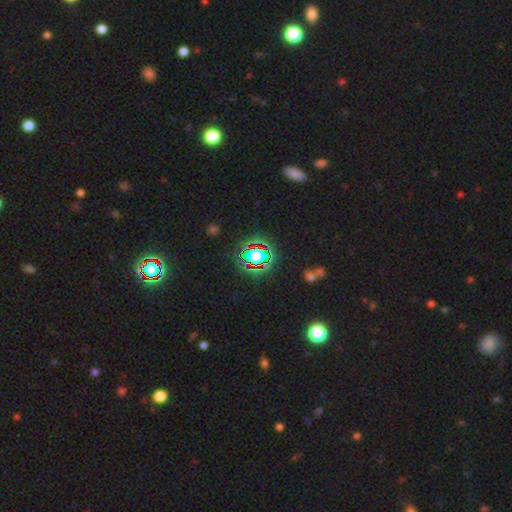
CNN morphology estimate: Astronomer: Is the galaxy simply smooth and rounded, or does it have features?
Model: star or artifact — 66%.